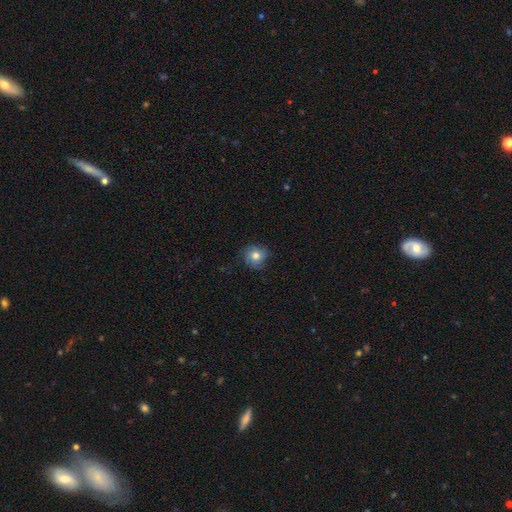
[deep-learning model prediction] A smooth galaxy with no disk features (78%) that is round (87%). Merging: none (78%).